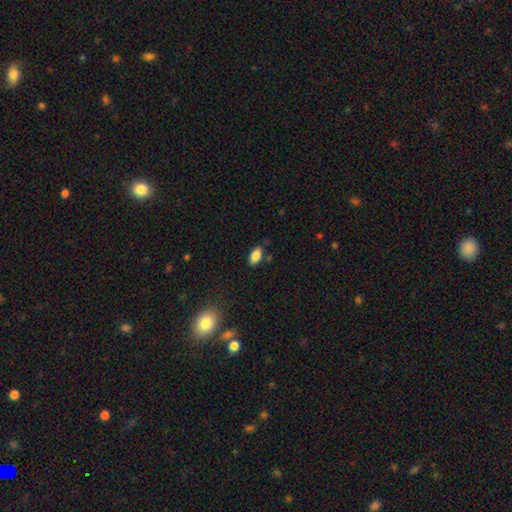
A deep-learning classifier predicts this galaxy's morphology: Smooth or featured: smooth — 85% (star or artifact — 8%)
How rounded: in between — 92% (cigar-shaped — 4%)
Merging: none — 80% (minor disturbance — 14%)